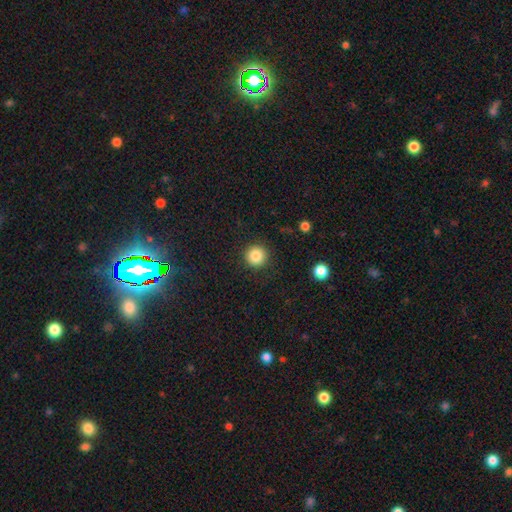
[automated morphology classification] smooth_or_featured: smooth (p=0.86) [alt: star or artifact p=0.10]
how_rounded: round (p=0.95) [alt: in between p=0.04]
merging: none (p=0.91) [alt: minor disturbance p=0.05]